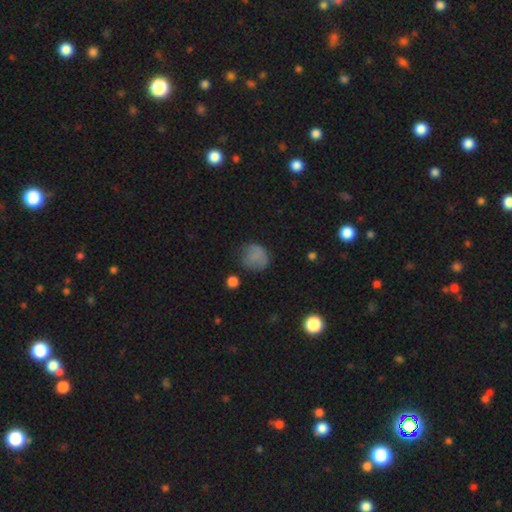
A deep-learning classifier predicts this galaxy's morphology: Smooth or featured? Predicted: smooth (p=0.76). How rounded? Predicted: round (p=0.79). Merging? Predicted: none (p=0.58).